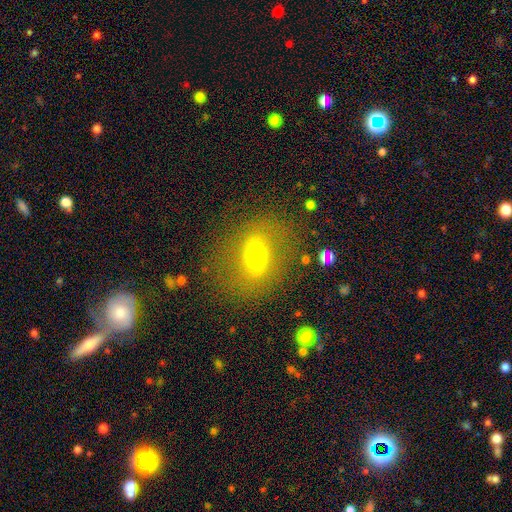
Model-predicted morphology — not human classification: smooth-or-featured: smooth: 46% | featured or disk: 42% | star or artifact: 12%
  merging: none: 79% | minor disturbance: 12% | major disturbance: 7% | merger: 2%